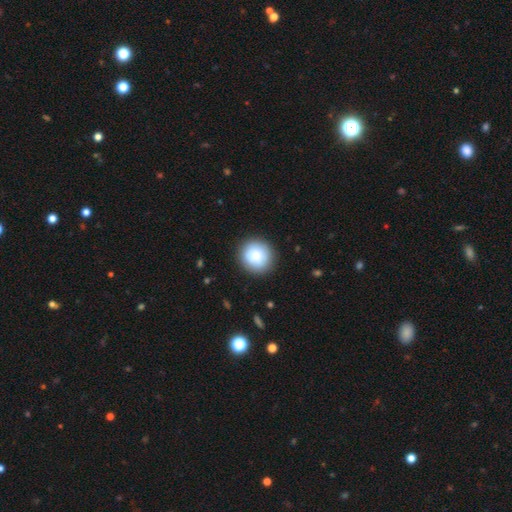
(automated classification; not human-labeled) Smooth or featured? smooth (87%)
How rounded? round (92%)
Merging? none (90%)